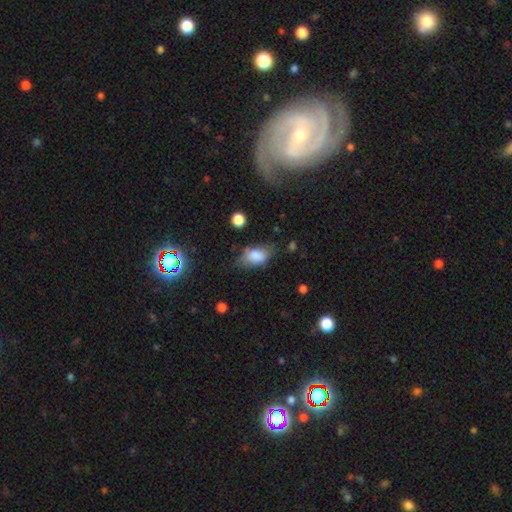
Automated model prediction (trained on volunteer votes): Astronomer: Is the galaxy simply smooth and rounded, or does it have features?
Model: smooth — 80%.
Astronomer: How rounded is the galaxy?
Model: in between — 89%.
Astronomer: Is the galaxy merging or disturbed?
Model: none — 56%.